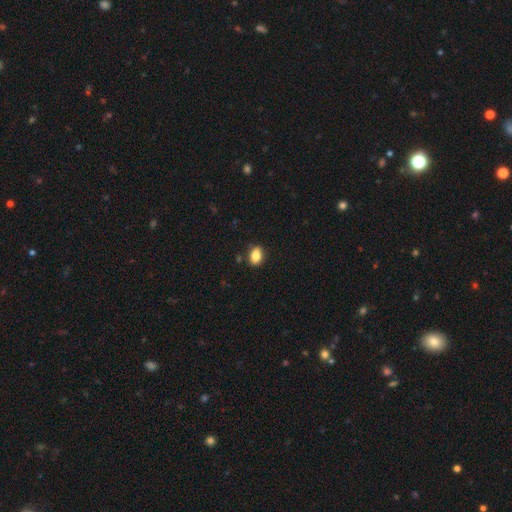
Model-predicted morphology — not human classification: smooth_or_featured: smooth (p=0.86) [alt: star or artifact p=0.09]
how_rounded: in between (p=0.79) [alt: round p=0.19]
merging: none (p=0.83) [alt: minor disturbance p=0.12]